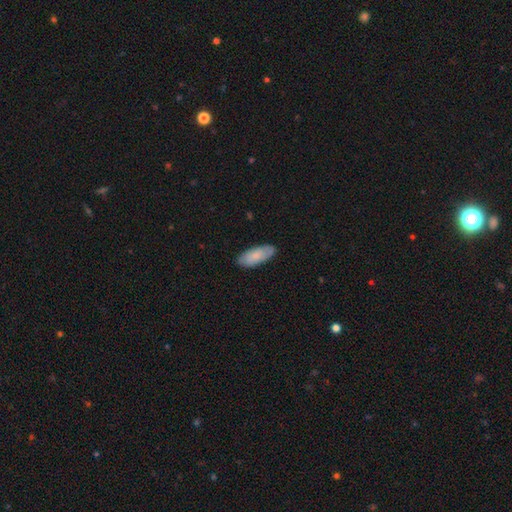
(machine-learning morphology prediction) A smooth galaxy with no disk features (76%) that is in between round and cigar-shaped (83%). Merging: none (84%).